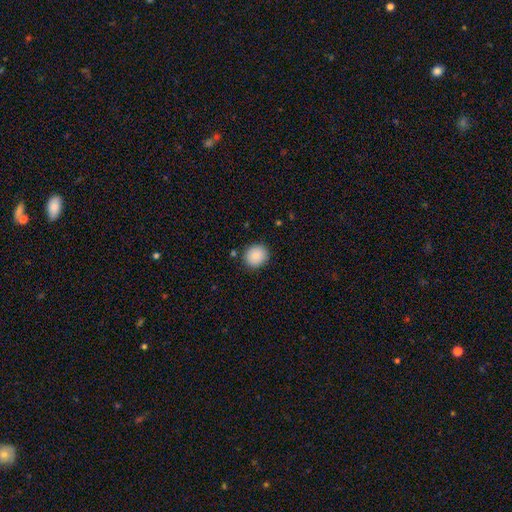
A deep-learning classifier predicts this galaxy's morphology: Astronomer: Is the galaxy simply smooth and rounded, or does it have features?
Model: smooth — 88%.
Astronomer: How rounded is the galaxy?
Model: round — 84%.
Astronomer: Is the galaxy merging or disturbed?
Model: none — 88%.